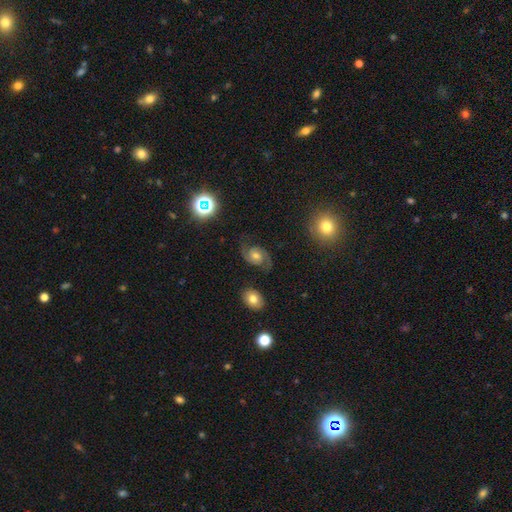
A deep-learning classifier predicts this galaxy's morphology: This appears to be a featured or disk galaxy (78%) with no bar (64%), 2 (93%) medium (55%) spiral arms (96%) and a moderate central bulge (63%). Merging: none (77%).